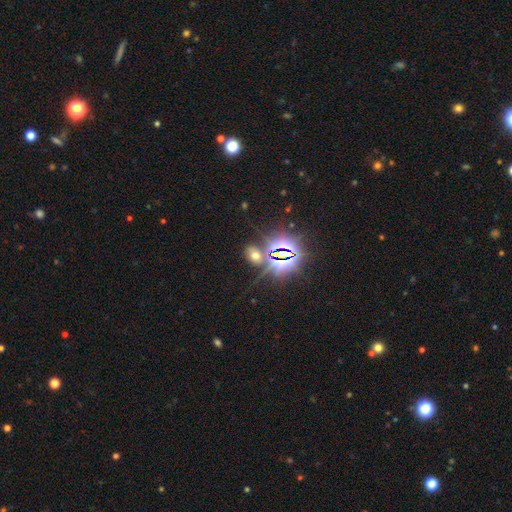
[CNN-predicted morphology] Smooth or featured? Predicted: star or artifact (p=0.52).